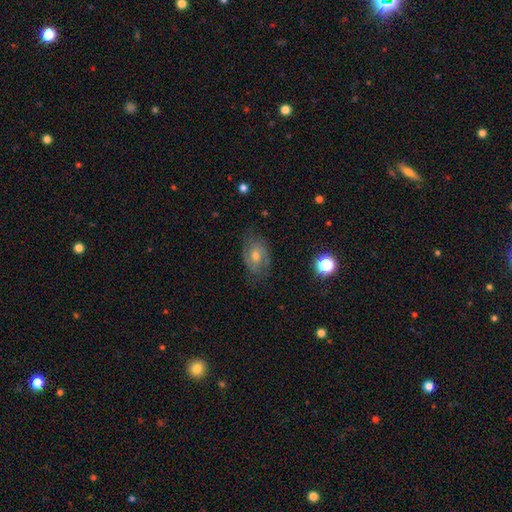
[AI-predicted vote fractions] This appears to be a featured or disk galaxy (59%) with no bar (58%), spiral arms (79%) and a moderate central bulge (62%). Merging: none (73%).